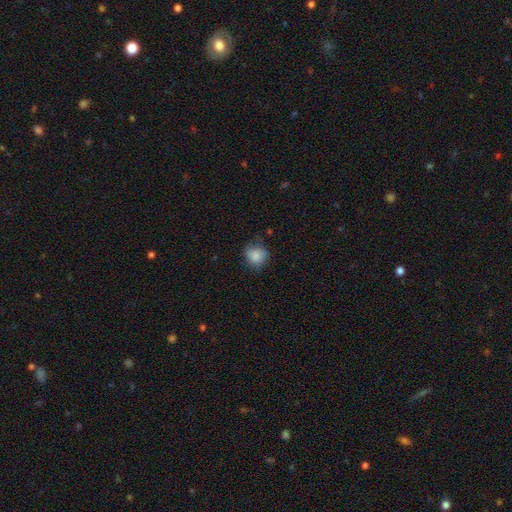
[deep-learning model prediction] Morphology: type=smooth (85%); roundness=round (74%); merging=none (62%).